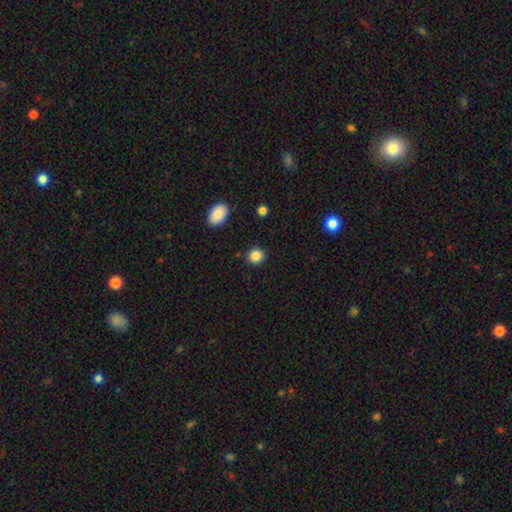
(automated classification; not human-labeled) Smooth or featured?
  - smooth: 86% *
  - star or artifact: 10%
  - featured or disk: 4%
How rounded?
  - round: 83% *
  - in between: 16%
  - cigar-shaped: 1%
Merging?
  - none: 89% *
  - minor disturbance: 7%
  - major disturbance: 2%
  - merger: 2%